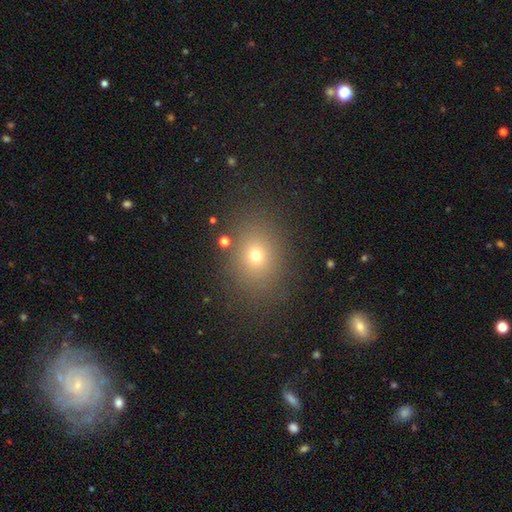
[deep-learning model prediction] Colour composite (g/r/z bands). It shows a smooth galaxy with no disk features (69%) that is round (51%). Merging: none (84%).